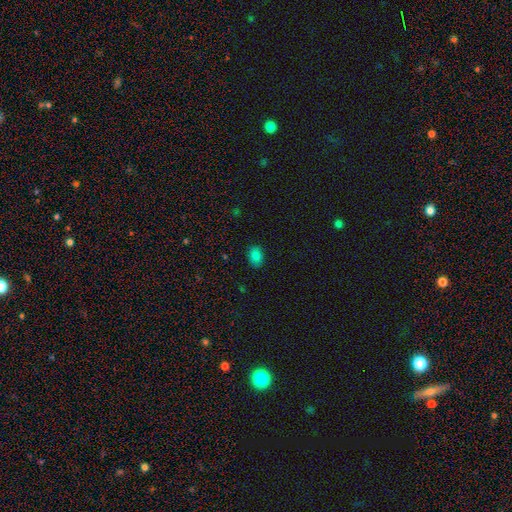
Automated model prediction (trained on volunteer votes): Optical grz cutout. It shows a smooth galaxy with no disk features (83%) that is in between round and cigar-shaped (77%). Merging: none (87%).